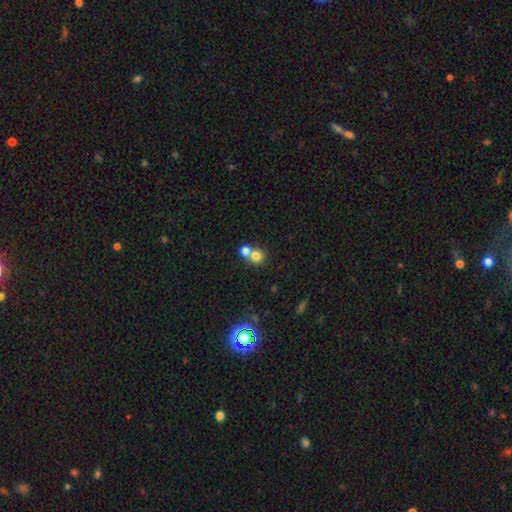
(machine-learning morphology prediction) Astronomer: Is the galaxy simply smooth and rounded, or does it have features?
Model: smooth — 77%.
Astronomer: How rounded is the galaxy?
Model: round — 88%.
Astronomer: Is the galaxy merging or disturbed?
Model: merger — 52% (runner-up: none, 41%).